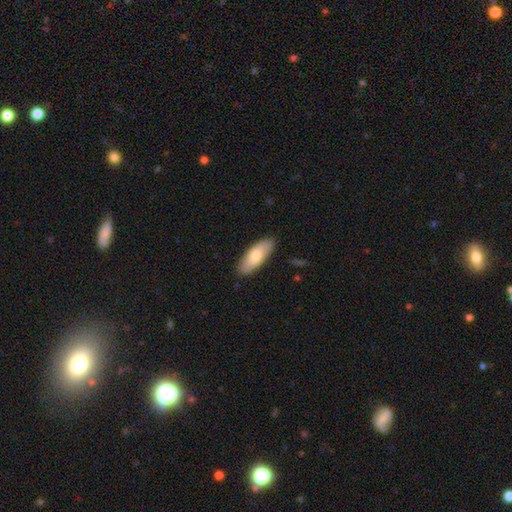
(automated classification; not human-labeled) Smooth or featured? smooth (77%)
How rounded? in between (78%)
Merging? none (86%)